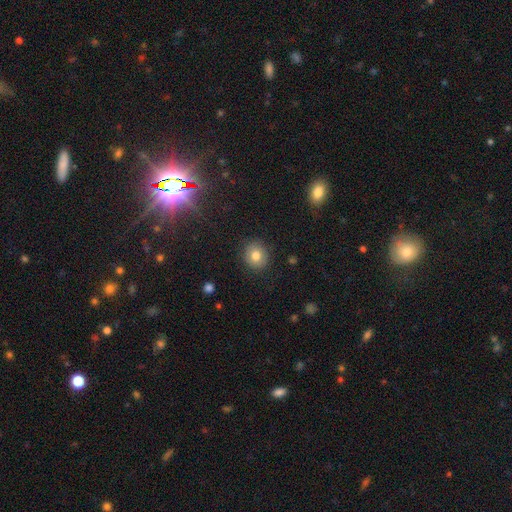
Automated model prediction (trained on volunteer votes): smooth-or-featured: smooth: 78% | featured or disk: 11% | star or artifact: 10%
  how-rounded: round: 84% | in between: 16% | cigar-shaped: 1%
  merging: none: 88% | minor disturbance: 9% | major disturbance: 3% | merger: 1%